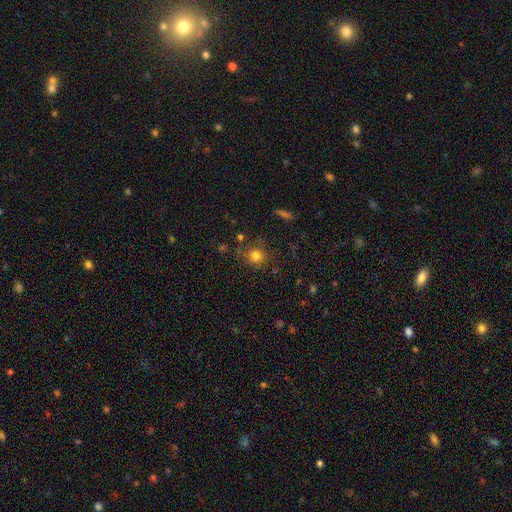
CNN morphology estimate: The model was most divided on "smooth or featured": smooth: 78%, star or artifact: 14%, featured or disk: 8%. More confident: how rounded — round (86%); merging — none (77%).